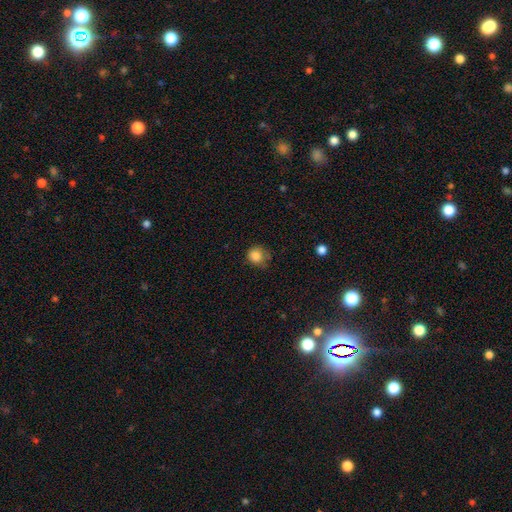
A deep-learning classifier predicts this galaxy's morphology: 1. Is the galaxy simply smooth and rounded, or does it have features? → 84% smooth, 10% star or artifact, 6% featured or disk.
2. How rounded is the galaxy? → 82% round, 18% in between, 1% cigar-shaped.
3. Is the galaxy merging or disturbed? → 55% none, 31% minor disturbance, 12% major disturbance, 2% merger.